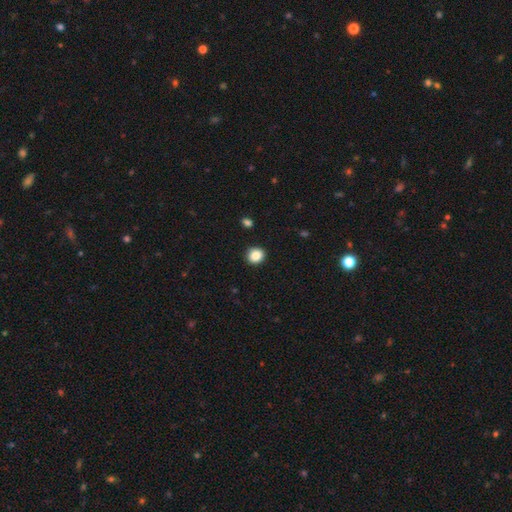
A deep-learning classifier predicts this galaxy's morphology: smooth-or-featured: smooth: 86% | star or artifact: 10% | featured or disk: 4%
  how-rounded: round: 83% | in between: 16% | cigar-shaped: 1%
  merging: none: 91% | minor disturbance: 6% | major disturbance: 2% | merger: 1%